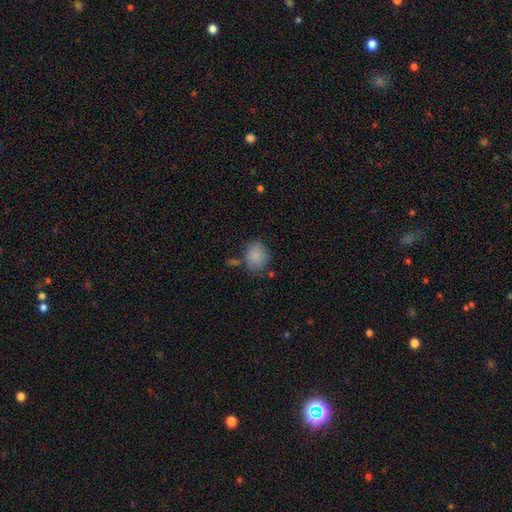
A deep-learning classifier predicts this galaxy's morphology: Smooth or featured? Predicted: smooth (p=0.85). How rounded? Predicted: round (p=0.56). Merging? Predicted: none (p=0.63).